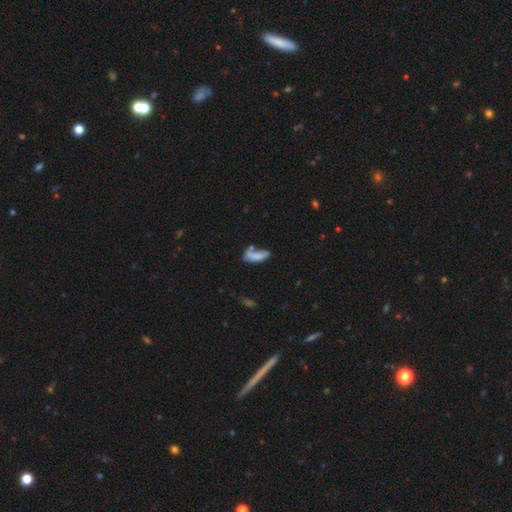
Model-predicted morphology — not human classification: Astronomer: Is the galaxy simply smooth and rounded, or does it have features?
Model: smooth — 71%.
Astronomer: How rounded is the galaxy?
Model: in between — 67%.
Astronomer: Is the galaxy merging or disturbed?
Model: none — 36% (runner-up: minor disturbance, 24%).